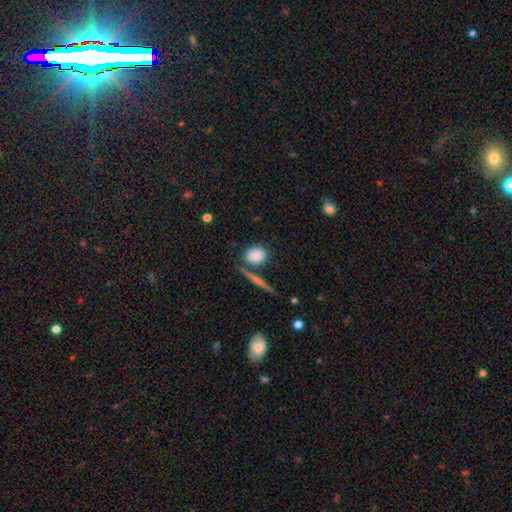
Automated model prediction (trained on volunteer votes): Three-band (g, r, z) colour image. It shows a smooth galaxy with no disk features (84%) that is round (53%). Merging: none (71%).